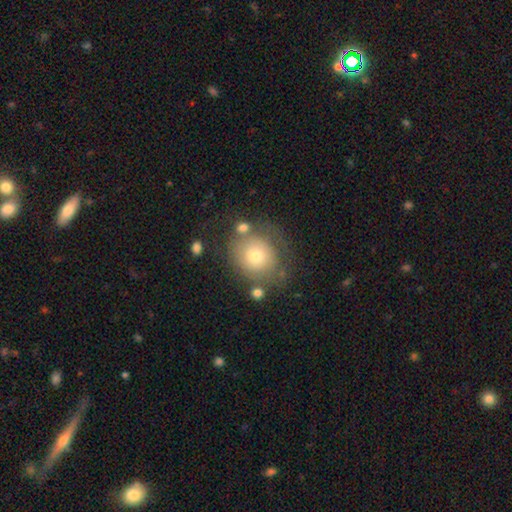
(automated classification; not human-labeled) Smooth or featured: smooth — 61% (featured or disk — 28%)
How rounded: round — 77% (in between — 22%)
Merging: none — 63% (minor disturbance — 19%)